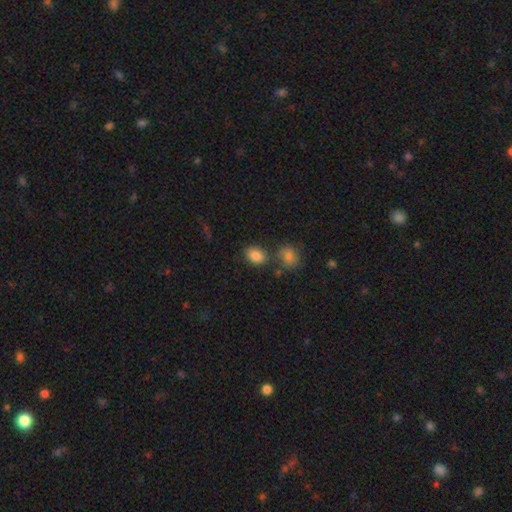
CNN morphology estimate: smooth-or-featured: smooth: 86% | star or artifact: 9% | featured or disk: 5%
  how-rounded: in between: 77% | round: 22% | cigar-shaped: 1%
  merging: none: 69% | minor disturbance: 14% | merger: 14% | major disturbance: 4%